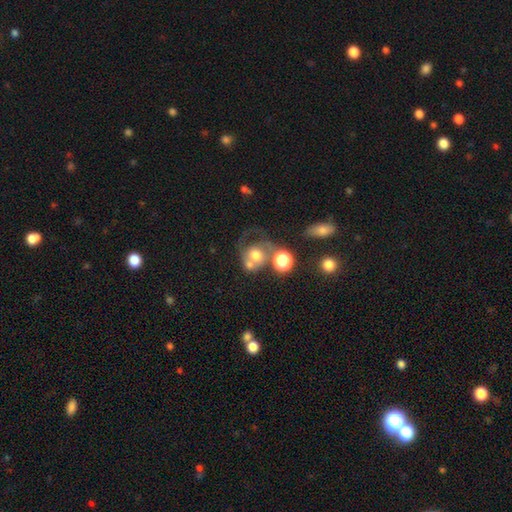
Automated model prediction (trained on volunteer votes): Q: Smooth or featured?
A: smooth (55%); runner-up: featured or disk (32%)
Q: How rounded?
A: round (70%); runner-up: in between (29%)
Q: Merging?
A: merger (41%); runner-up: none (24%)